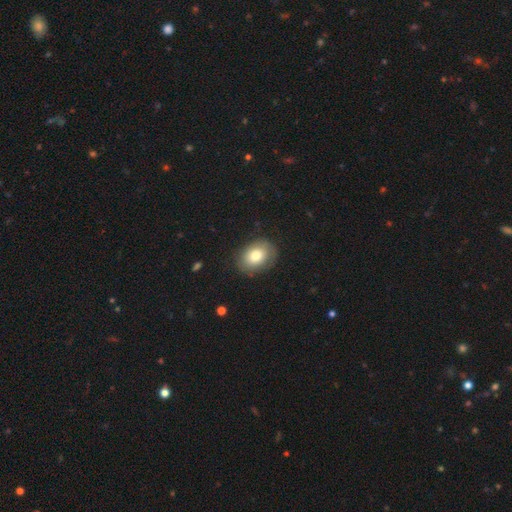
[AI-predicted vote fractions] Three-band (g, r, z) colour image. It shows a smooth galaxy with no disk features (76%) that is in between round and cigar-shaped (71%). Merging: none (82%).